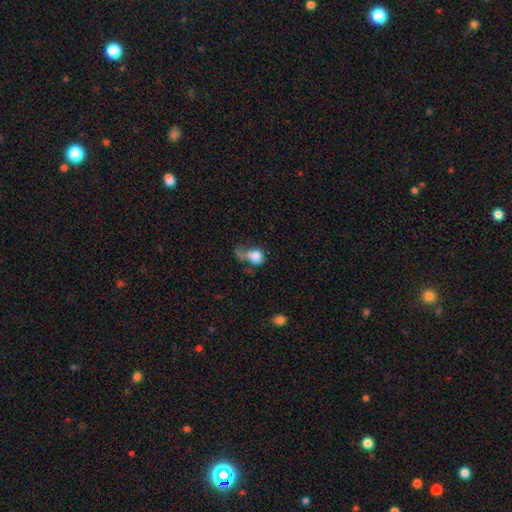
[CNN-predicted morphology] This is likely a smooth galaxy (76%). How rounded: likely round (65%). Merging: marginally major disturbance (41%).